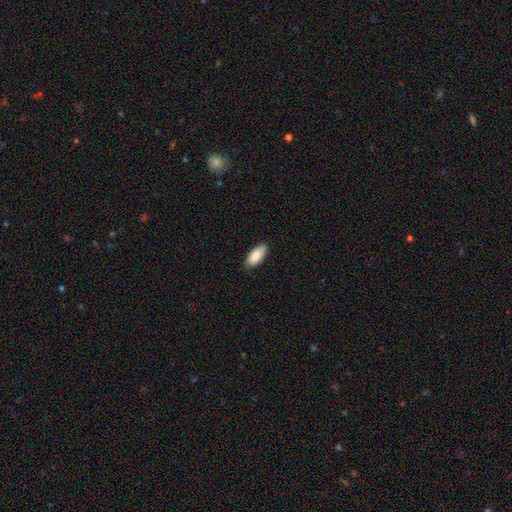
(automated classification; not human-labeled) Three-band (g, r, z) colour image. It shows a smooth galaxy with no disk features (88%) that is in between round and cigar-shaped (87%). Merging: none (83%).